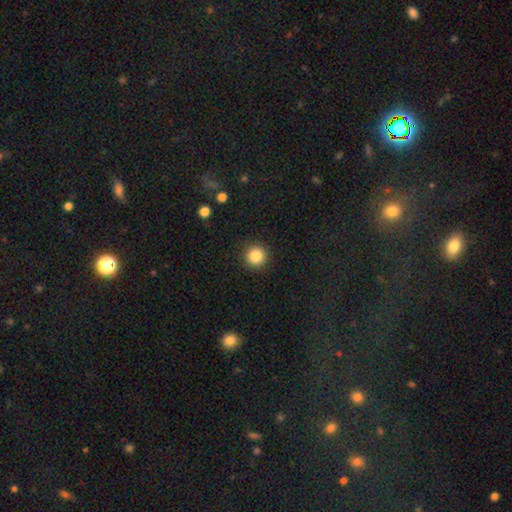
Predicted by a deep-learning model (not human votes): A smooth galaxy with no disk features (85%) that is round (95%). Merging: none (92%).